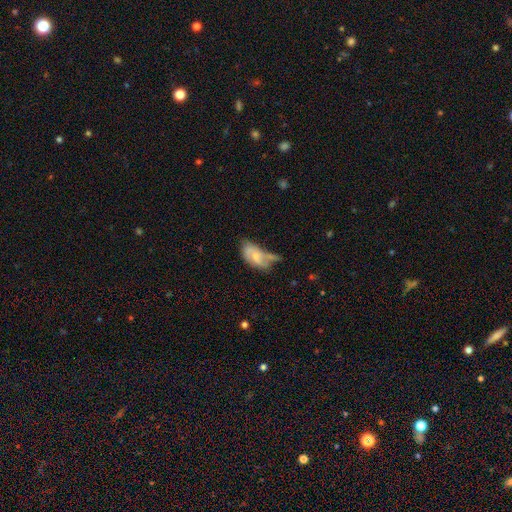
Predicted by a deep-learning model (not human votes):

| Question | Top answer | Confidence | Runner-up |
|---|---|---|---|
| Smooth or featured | smooth | 50% | featured or disk (42%) |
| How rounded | in between | 91% | round (5%) |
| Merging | minor disturbance | 31% | major disturbance (27%) |